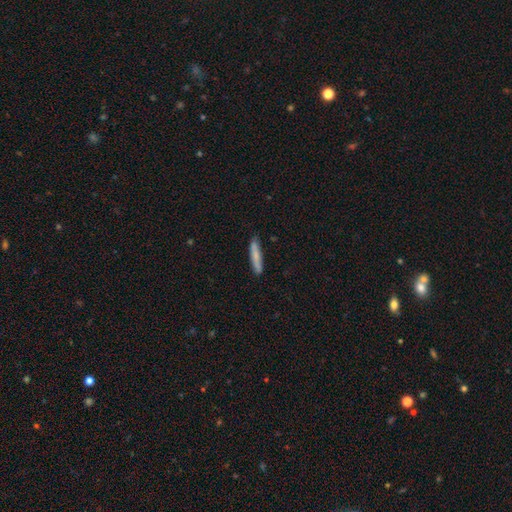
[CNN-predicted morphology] smooth_or_featured: smooth (p=0.74) [alt: featured or disk p=0.21]
how_rounded: cigar-shaped (p=0.89) [alt: in between p=0.10]
merging: none (p=0.85) [alt: minor disturbance p=0.12]